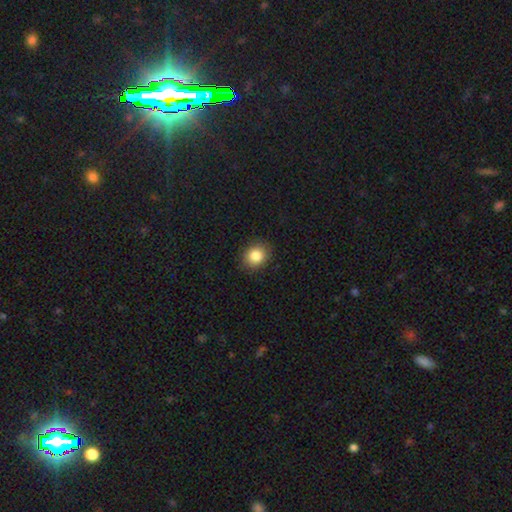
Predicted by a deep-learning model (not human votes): smooth_or_featured: smooth (p=0.85) [alt: star or artifact p=0.10]
how_rounded: round (p=0.73) [alt: in between p=0.26]
merging: none (p=0.89) [alt: minor disturbance p=0.08]